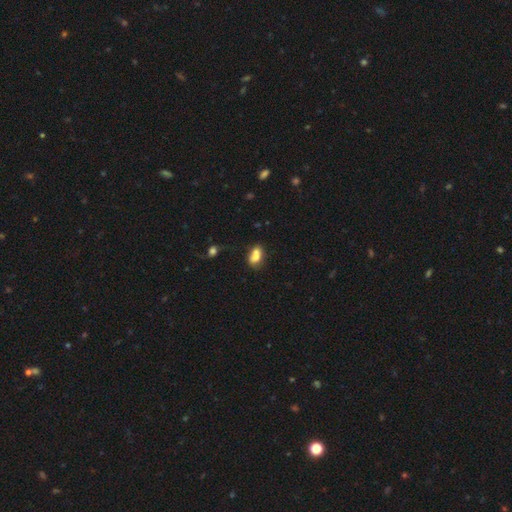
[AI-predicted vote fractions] A smooth galaxy with no disk features (75%) that is in between round and cigar-shaped (79%). Merging: merger (40%).